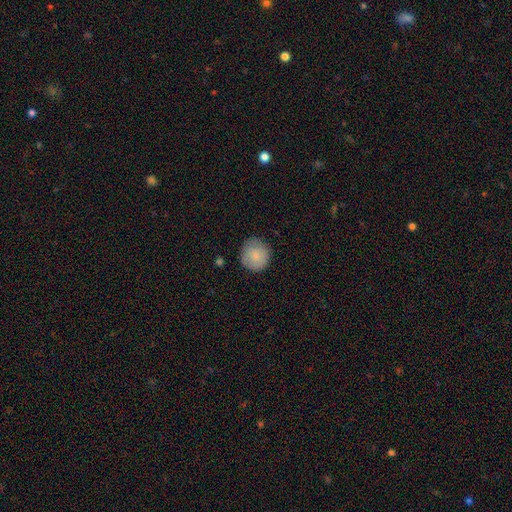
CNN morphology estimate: The model was most divided on "merging": none: 84%, minor disturbance: 12%, major disturbance: 3%, merger: 1%. More confident: how rounded — round (93%); smooth or featured — smooth (85%).